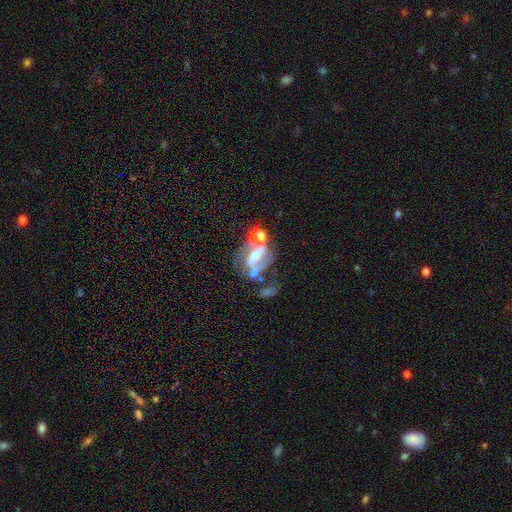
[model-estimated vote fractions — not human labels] This appears to be a featured or disk galaxy (72%) with a strong bar (53%), spiral arms (61%) and a moderate central bulge (52%). Merging: none (33%).